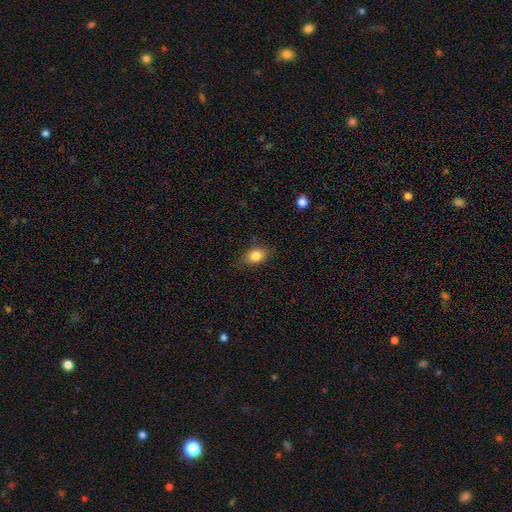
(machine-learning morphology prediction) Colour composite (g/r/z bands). It shows a smooth galaxy with no disk features (83%) that is in between round and cigar-shaped (69%). Merging: none (75%).